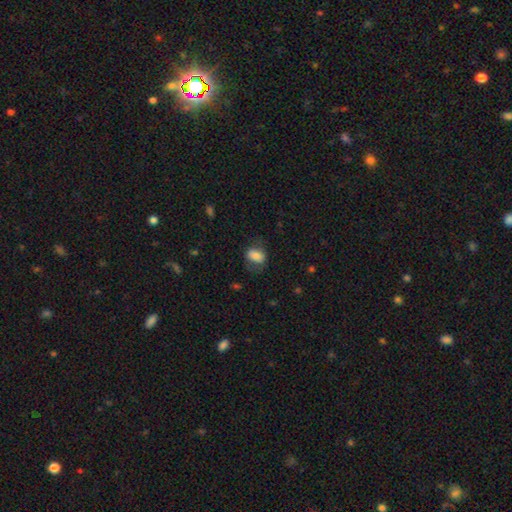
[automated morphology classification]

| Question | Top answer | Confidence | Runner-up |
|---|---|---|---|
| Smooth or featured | smooth | 77% | featured or disk (15%) |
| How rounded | in between | 77% | round (21%) |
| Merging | none | 64% | minor disturbance (22%) |